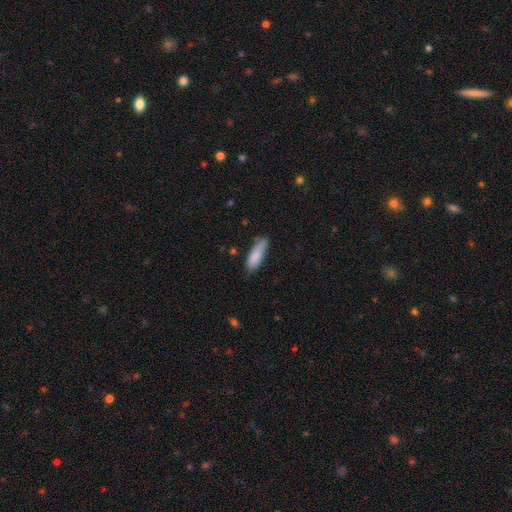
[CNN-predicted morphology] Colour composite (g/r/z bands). It shows a smooth galaxy with no disk features (86%) that is cigar-shaped (50%). Merging: none (72%).